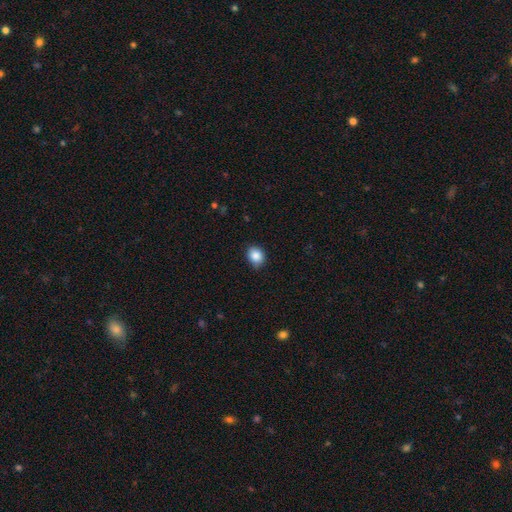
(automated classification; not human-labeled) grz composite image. It shows a smooth galaxy with no disk features (87%) that is round (61%). Merging: none (80%).